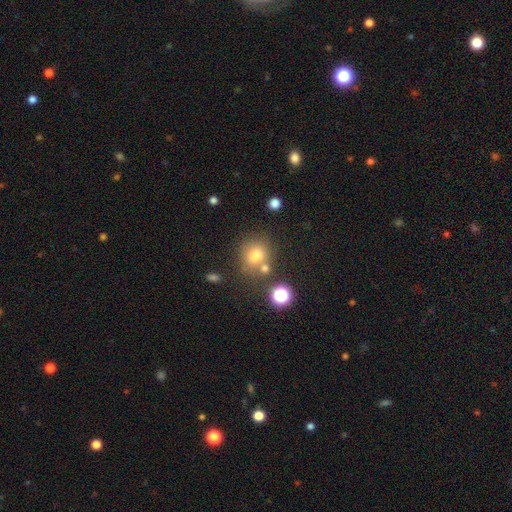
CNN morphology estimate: smooth_or_featured: smooth (p=0.75) [alt: star or artifact p=0.15]
how_rounded: round (p=0.75) [alt: in between p=0.24]
merging: none (p=0.63) [alt: merger p=0.19]